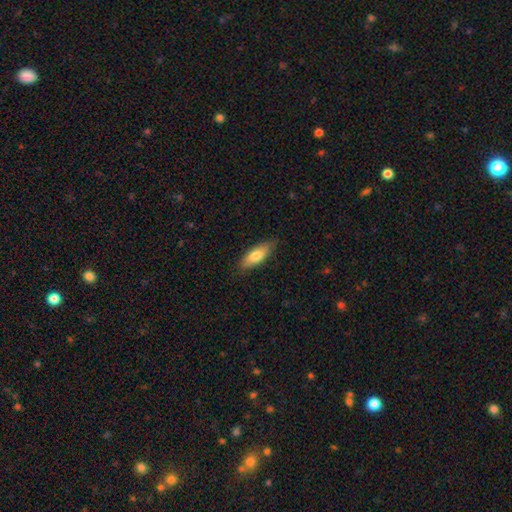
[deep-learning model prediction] A smooth galaxy with no disk features (76%) that is in between round and cigar-shaped (64%).

Vote fractions:
- Smooth or featured? smooth: 76% / featured or disk: 18% / star or artifact: 6%
- How rounded? in between: 64% / cigar-shaped: 34% / round: 2%
- Merging? none: 82% / minor disturbance: 14% / major disturbance: 2% / merger: 1%